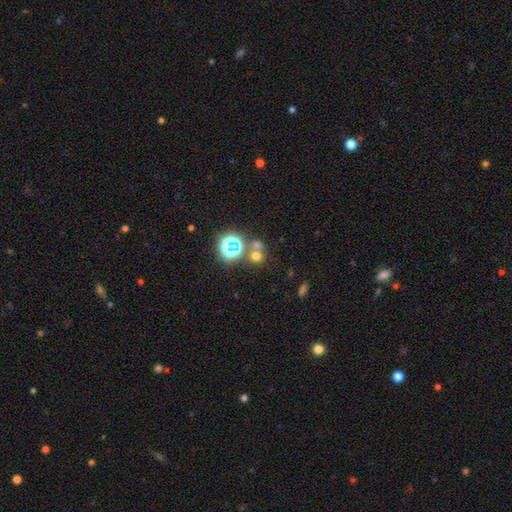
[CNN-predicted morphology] Smooth or featured? smooth (58%)
How rounded? round (85%)
Merging? none (61%)